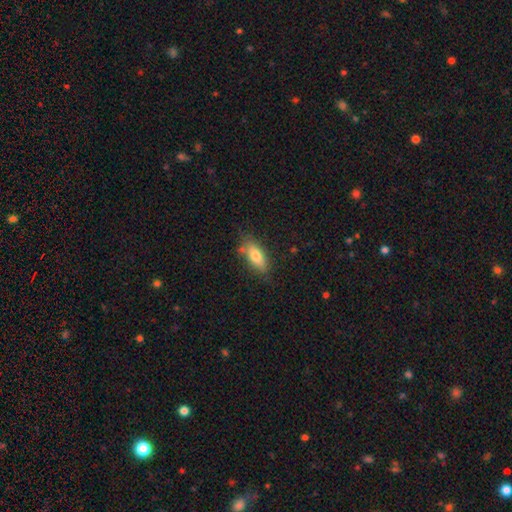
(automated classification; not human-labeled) smooth_or_featured: smooth (p=0.76) [alt: featured or disk p=0.16]
how_rounded: in between (p=0.79) [alt: cigar-shaped p=0.18]
merging: none (p=0.73) [alt: minor disturbance p=0.19]